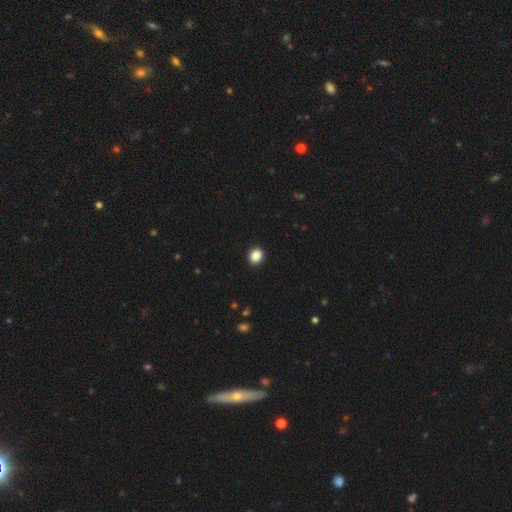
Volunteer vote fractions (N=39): Smooth or featured? 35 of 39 (90%) said smooth. How rounded? 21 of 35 (60%) said round. Merging? 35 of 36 (97%) said none.